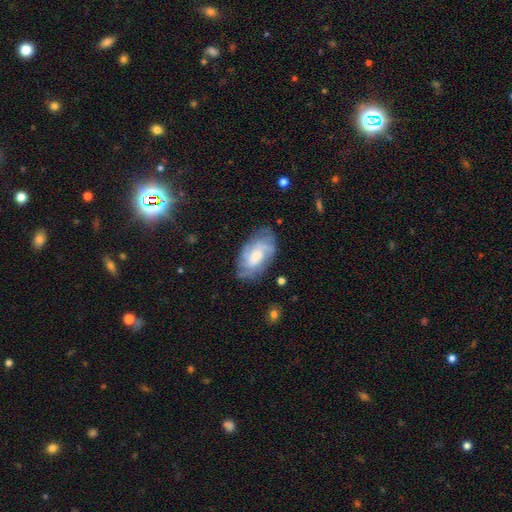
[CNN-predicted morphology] Smooth or featured? Predicted: featured or disk (p=0.67). Edge-on disk? Predicted: no (p=0.95). Bar? Predicted: no (p=0.59). Spiral arms? Predicted: yes (p=0.88). Spiral winding? Predicted: tight (p=0.48). Spiral arm count? Predicted: can't tell (p=0.46). Bulge size? Predicted: moderate (p=0.42). Merging? Predicted: none (p=0.72).